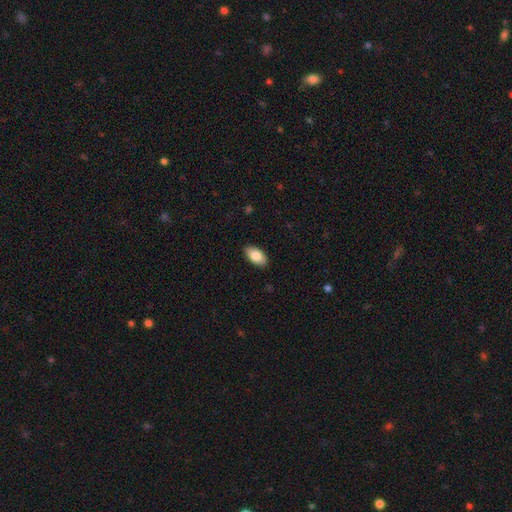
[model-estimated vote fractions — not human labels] Overall: smooth (84%). How rounded: in between (94%). Merging: none (89%).